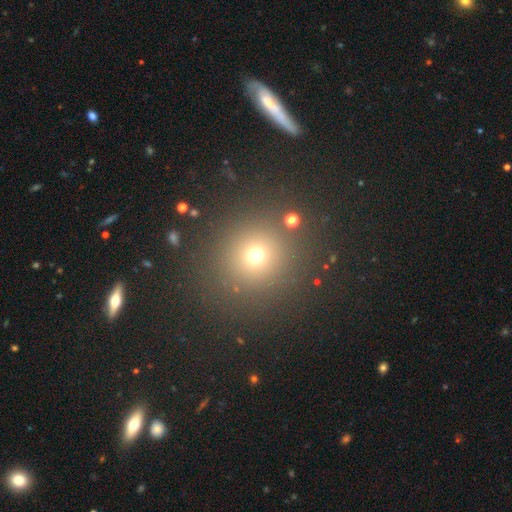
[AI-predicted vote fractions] Smooth or featured? smooth (69%)
How rounded? round (92%)
Merging? none (86%)